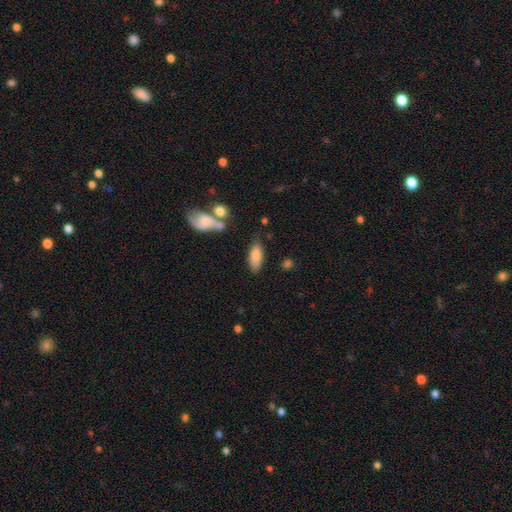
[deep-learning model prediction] Smooth or featured? Predicted: smooth (p=0.80). How rounded? Predicted: in between (p=0.77). Merging? Predicted: none (p=0.71).